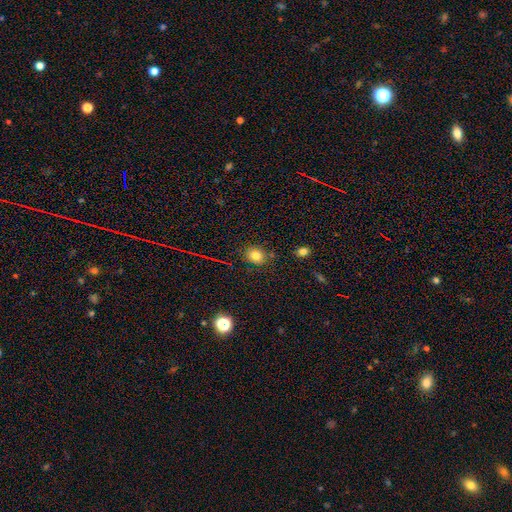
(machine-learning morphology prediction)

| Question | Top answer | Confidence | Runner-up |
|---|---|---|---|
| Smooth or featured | smooth | 79% | star or artifact (13%) |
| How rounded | round | 65% | in between (33%) |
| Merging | none | 81% | minor disturbance (12%) |